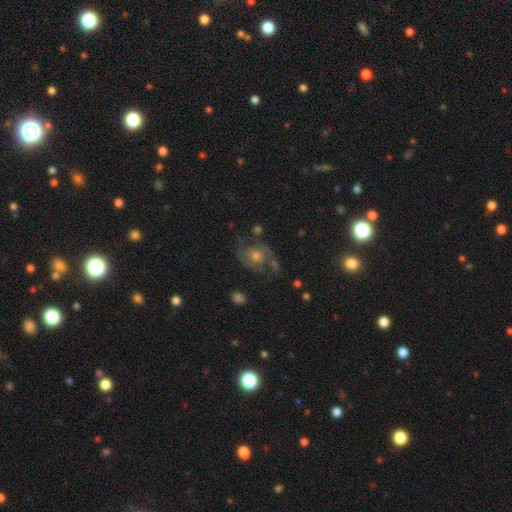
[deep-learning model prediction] Q: Smooth or featured?
A: featured or disk (66%); runner-up: smooth (19%)
Q: Edge-on disk?
A: no (97%); runner-up: yes (3%)
Q: Bar?
A: no (74%); runner-up: weak (22%)
Q: Spiral arms?
A: yes (87%); runner-up: no (13%)
Q: Spiral winding?
A: medium (50%); runner-up: tight (27%)
Q: Spiral arm count?
A: 2 (76%); runner-up: can't tell (13%)
Q: Bulge size?
A: moderate (55%); runner-up: small (32%)
Q: Merging?
A: none (63%); runner-up: minor disturbance (19%)